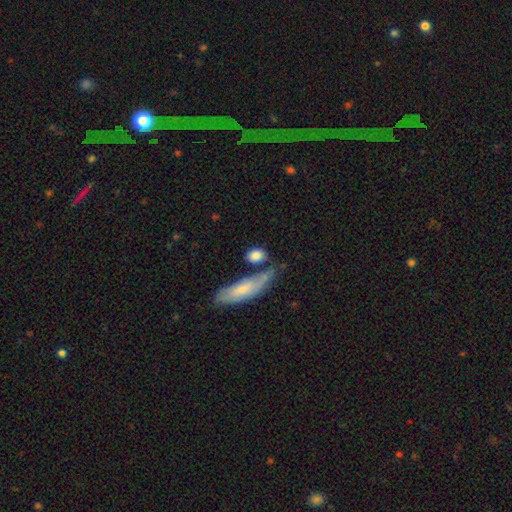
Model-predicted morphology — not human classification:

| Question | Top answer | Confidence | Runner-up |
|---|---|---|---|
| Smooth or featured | smooth | 81% | featured or disk (12%) |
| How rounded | in between | 62% | round (25%) |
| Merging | none | 58% | minor disturbance (18%) |